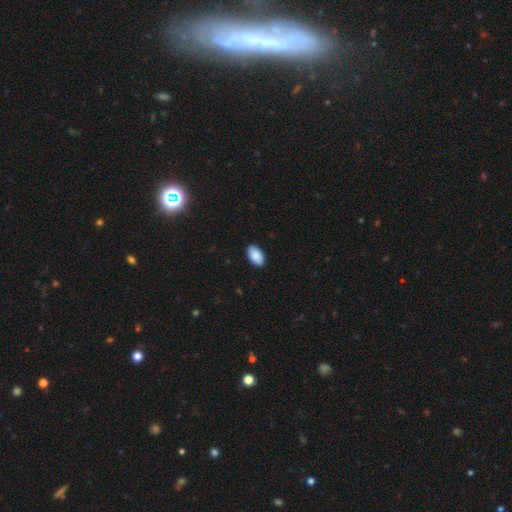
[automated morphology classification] A smooth galaxy with no disk features (90%) that is in between round and cigar-shaped (95%).

Vote fractions:
- Smooth or featured? smooth: 90% / star or artifact: 6% / featured or disk: 4%
- How rounded? in between: 95% / round: 3% / cigar-shaped: 1%
- Merging? none: 89% / minor disturbance: 8% / major disturbance: 2% / merger: 1%